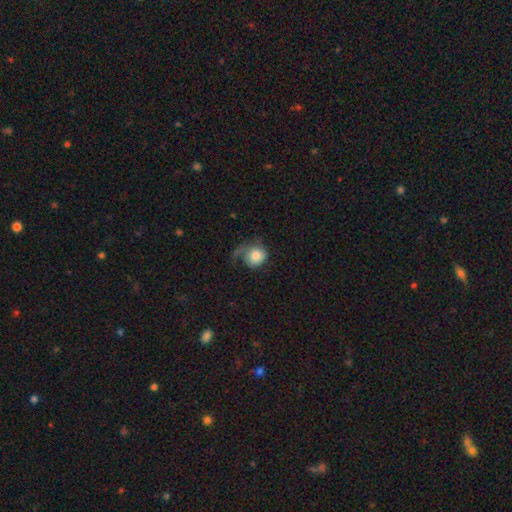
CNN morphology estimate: Q: Smooth or featured?
A: smooth (62%); runner-up: featured or disk (31%)
Q: How rounded?
A: round (74%); runner-up: in between (25%)
Q: Merging?
A: major disturbance (42%); runner-up: none (32%)